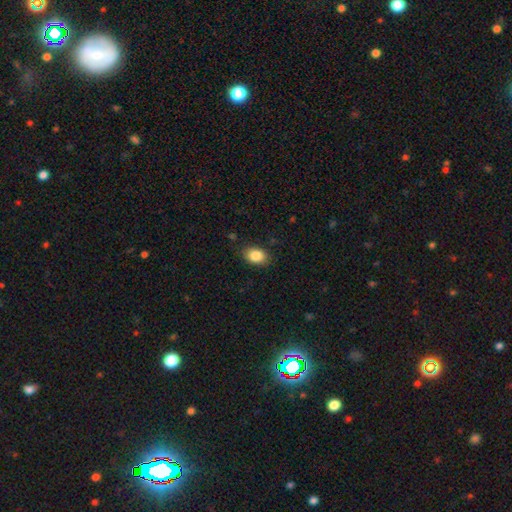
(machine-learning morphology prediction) This appears to be a smooth galaxy with no disk features (87%) that is in between round and cigar-shaped (75%). Merging: none (84%).